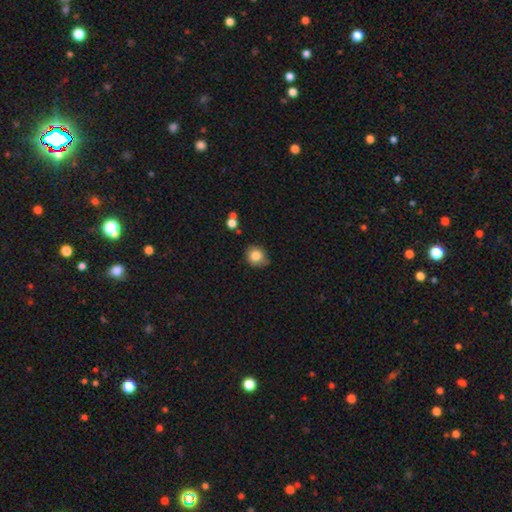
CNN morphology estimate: A smooth galaxy with no disk features (82%) that is round (73%).

Vote fractions:
- Smooth or featured? smooth: 82% / star or artifact: 10% / featured or disk: 9%
- How rounded? round: 73% / in between: 26% / cigar-shaped: 1%
- Merging? none: 69% / minor disturbance: 24% / major disturbance: 4% / merger: 3%